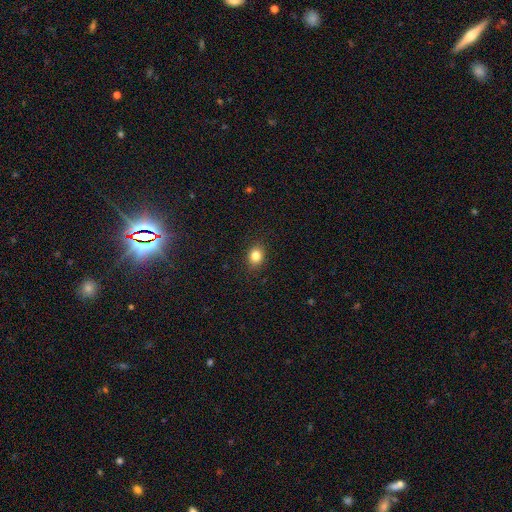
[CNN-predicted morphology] Smooth or featured? smooth (83%)
How rounded? round (53%)
Merging? none (89%)